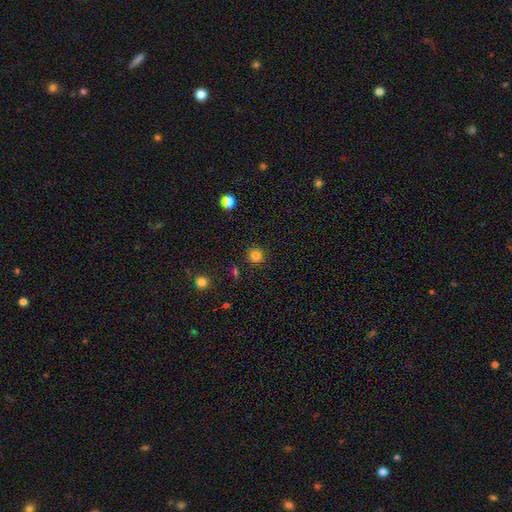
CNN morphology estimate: Overall: smooth (79%). How rounded: round (87%). Merging: none (85%).